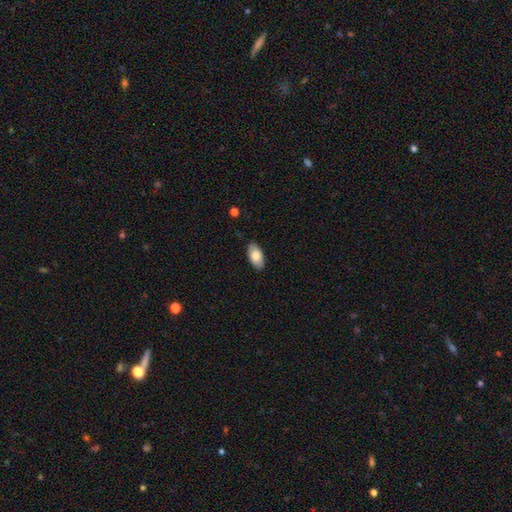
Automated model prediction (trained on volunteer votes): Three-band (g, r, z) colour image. It shows a smooth galaxy with no disk features (79%) that is in between round and cigar-shaped (94%). Merging: none (86%).